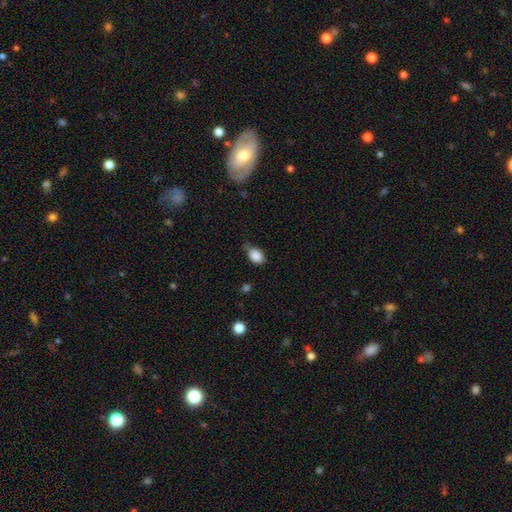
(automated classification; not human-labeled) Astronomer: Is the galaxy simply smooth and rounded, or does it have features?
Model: smooth — 87%.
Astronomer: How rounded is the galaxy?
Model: in between — 79%.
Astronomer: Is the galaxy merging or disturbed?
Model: none — 52% (runner-up: minor disturbance, 38%).